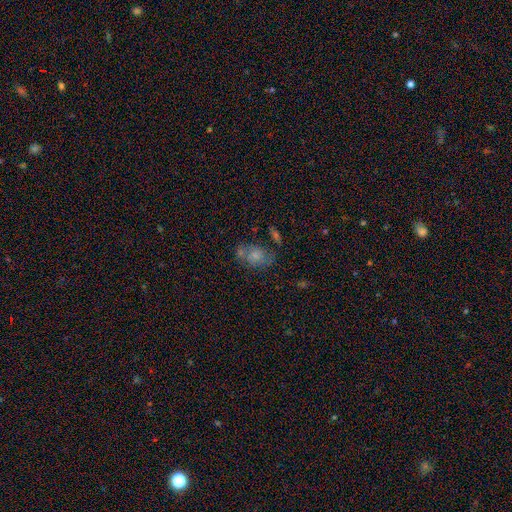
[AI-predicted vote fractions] This is likely a smooth galaxy (63%). How rounded: likely in between (66%). Merging: marginally none (44%).